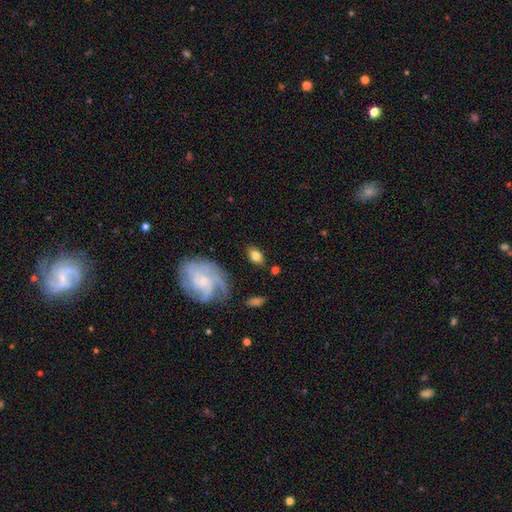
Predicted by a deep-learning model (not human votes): This is likely a smooth galaxy (70%). How rounded: clearly in between (84%). Merging: likely none (78%).